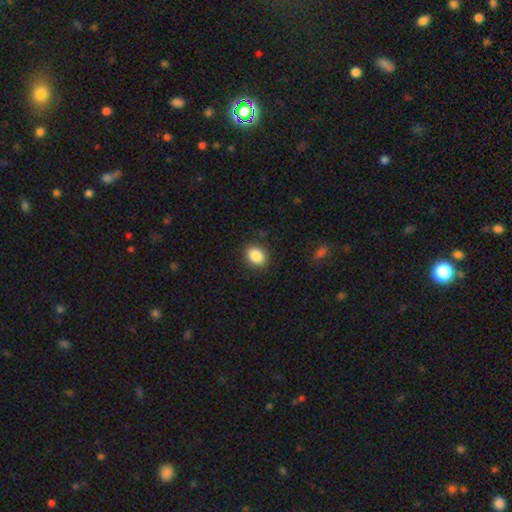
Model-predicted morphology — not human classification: Smooth or featured: smooth — 87% (star or artifact — 9%)
How rounded: in between — 58% (round — 41%)
Merging: none — 88% (minor disturbance — 8%)